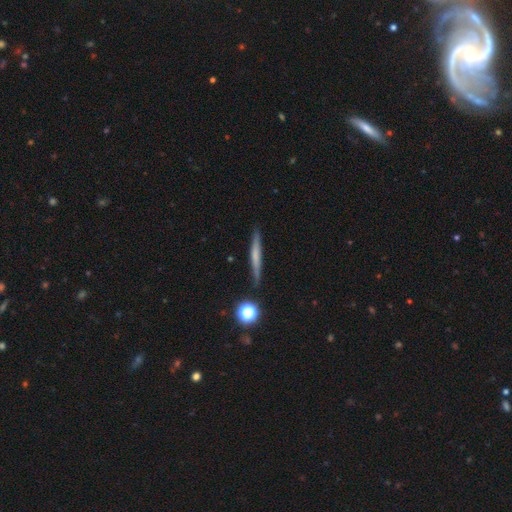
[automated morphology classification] Overall: smooth (51%; featured or disk 40%). How rounded: cigar-shaped (93%). Merging: none (87%).